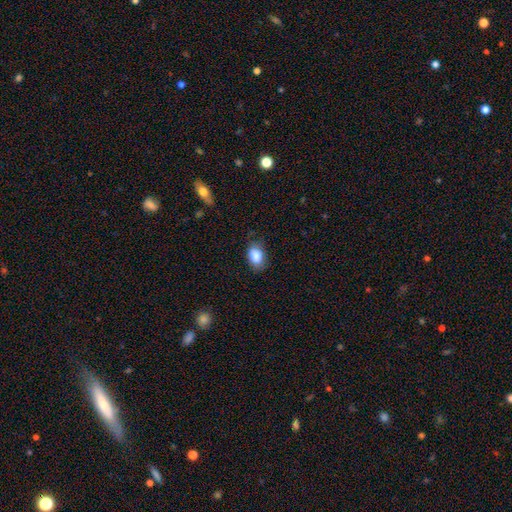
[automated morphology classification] smooth-or-featured: smooth: 85% | star or artifact: 8% | featured or disk: 7%
  how-rounded: in between: 83% | round: 15% | cigar-shaped: 1%
  merging: none: 76% | minor disturbance: 18% | major disturbance: 4% | merger: 1%